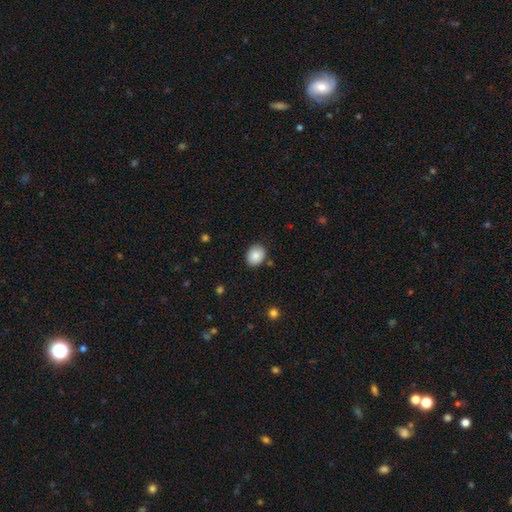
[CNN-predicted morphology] Smooth or featured? Predicted: smooth (p=0.86). How rounded? Predicted: round (p=0.50, tied with in between). Merging? Predicted: none (p=0.84).